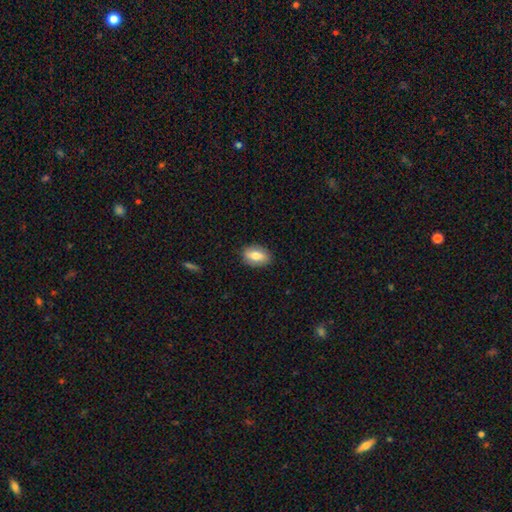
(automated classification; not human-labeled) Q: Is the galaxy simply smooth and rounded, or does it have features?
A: smooth — 73%.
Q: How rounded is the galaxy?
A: in between — 85%.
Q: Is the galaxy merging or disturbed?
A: none — 86%.